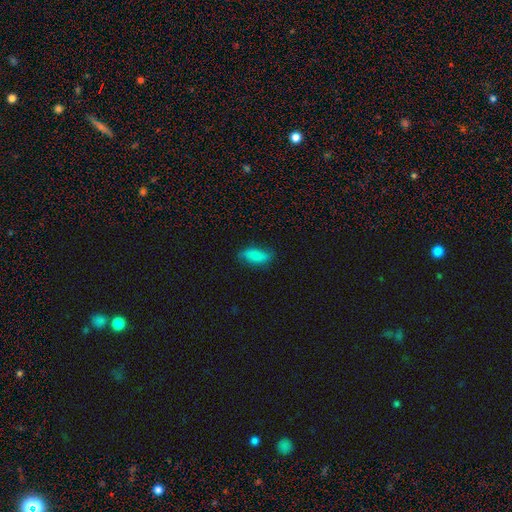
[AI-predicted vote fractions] smooth-or-featured: smooth: 81% | featured or disk: 12% | star or artifact: 8%
  how-rounded: in between: 83% | cigar-shaped: 14% | round: 3%
  merging: none: 73% | minor disturbance: 21% | major disturbance: 5% | merger: 1%